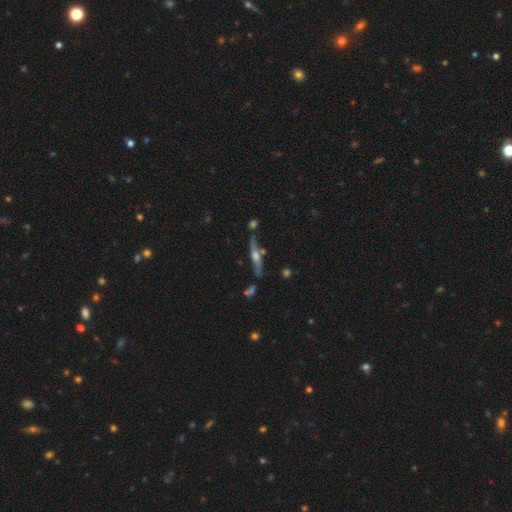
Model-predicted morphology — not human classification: Smooth or featured? Predicted: featured or disk (p=0.70). Edge-on disk? Predicted: yes (p=0.82). Edge-on bulge? Predicted: rounded (p=0.84). Merging? Predicted: none (p=0.64).